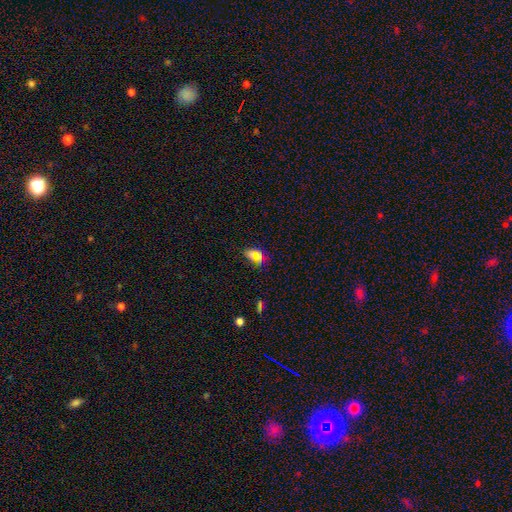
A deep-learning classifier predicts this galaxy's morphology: Q: Smooth or featured?
A: smooth (57%); runner-up: star or artifact (32%)
Q: How rounded?
A: in between (53%); runner-up: round (41%)
Q: Merging?
A: none (76%); runner-up: minor disturbance (12%)